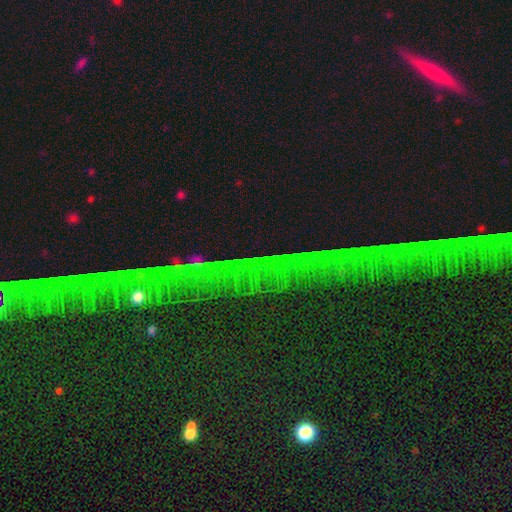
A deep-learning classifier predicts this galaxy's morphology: Smooth or featured? Predicted: star or artifact (p=0.83).